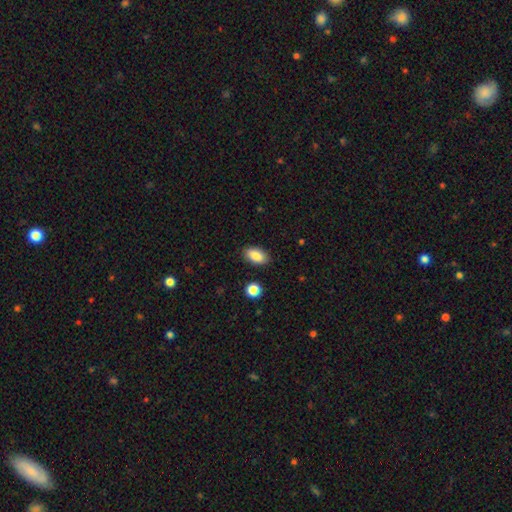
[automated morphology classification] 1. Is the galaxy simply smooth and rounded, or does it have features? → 86% smooth, 8% star or artifact, 7% featured or disk.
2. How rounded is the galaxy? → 92% in between, 5% round, 3% cigar-shaped.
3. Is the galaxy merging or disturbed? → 87% none, 9% minor disturbance, 2% major disturbance, 2% merger.